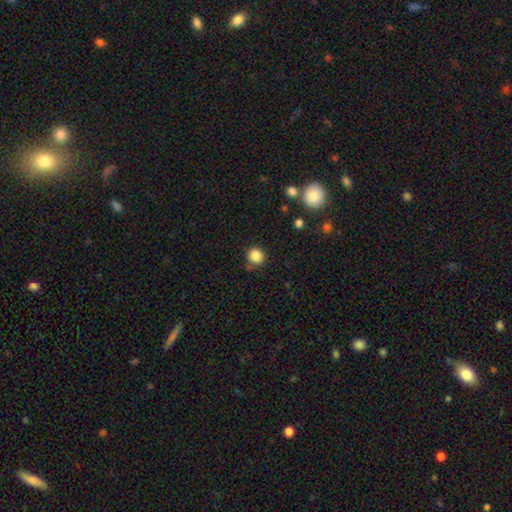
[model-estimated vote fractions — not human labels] A smooth galaxy with no disk features (85%) that is round (88%). Merging: none (80%).